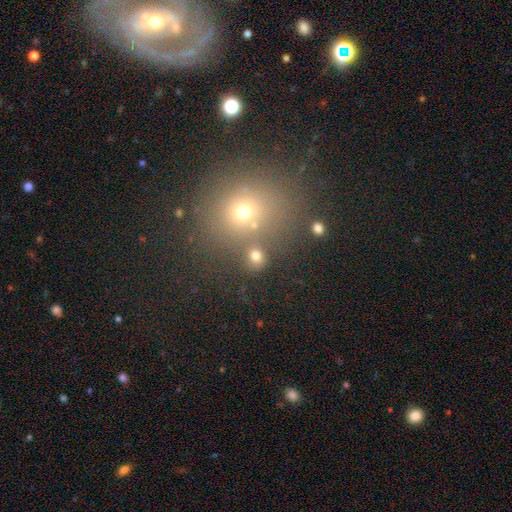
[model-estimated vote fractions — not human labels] A smooth galaxy with no disk features (74%) that is round (78%). Merging: none (70%).